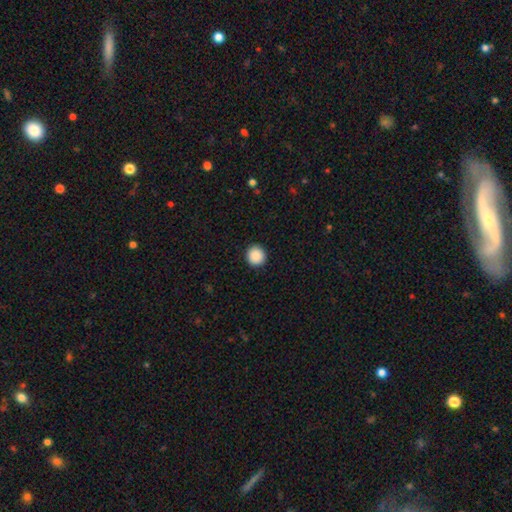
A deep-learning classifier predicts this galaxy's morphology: Smooth or featured? smooth (89%)
How rounded? round (93%)
Merging? none (92%)